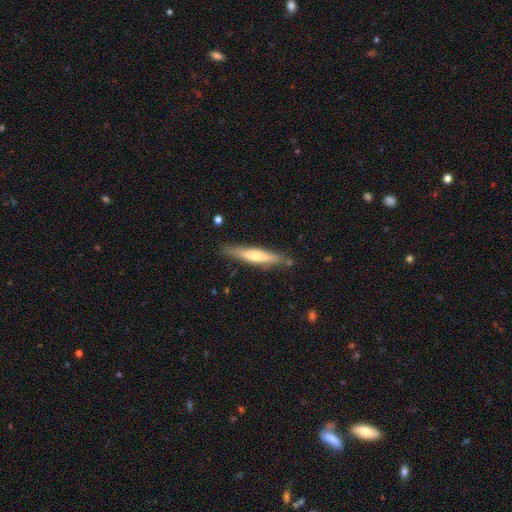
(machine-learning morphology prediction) smooth_or_featured: smooth (p=0.47) [tied with: featured or disk p=0.47]
merging: none (p=0.82) [alt: minor disturbance p=0.13]